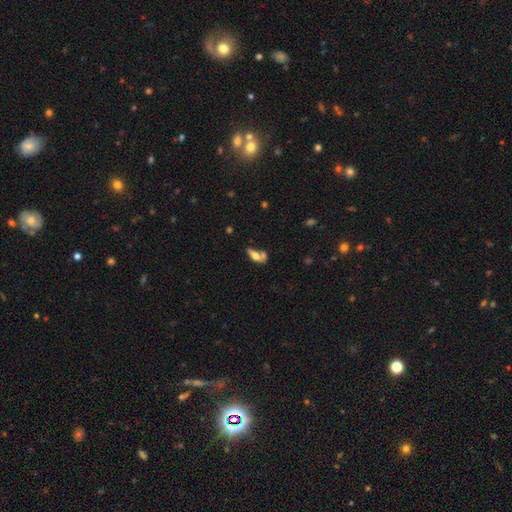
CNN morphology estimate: Smooth or featured? smooth (58%)
How rounded? in between (71%)
Merging? merger (41%)